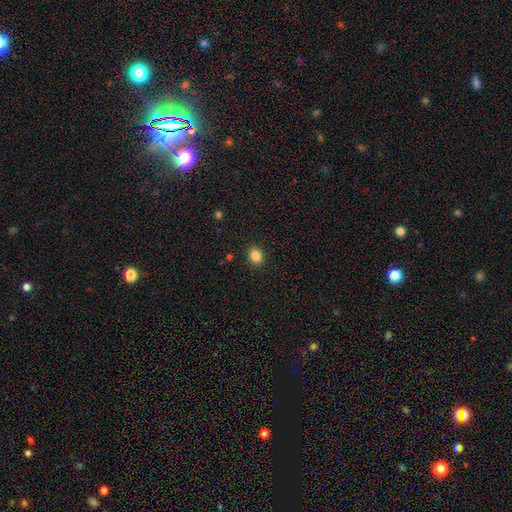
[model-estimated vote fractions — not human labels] Morphology: type=smooth (85%); roundness=round (53%); merging=none (90%).